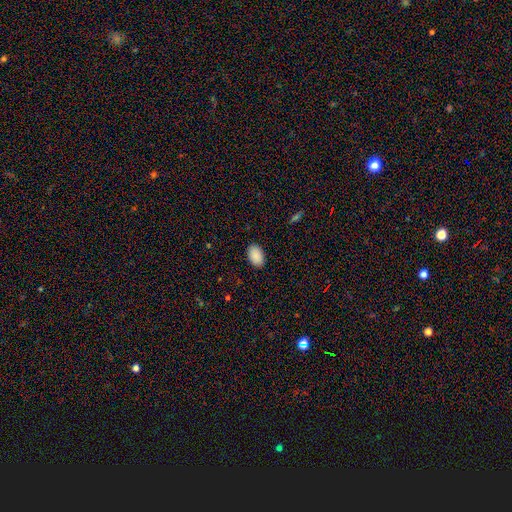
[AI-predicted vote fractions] smooth_or_featured: smooth (p=0.90) [alt: star or artifact p=0.07]
how_rounded: in between (p=0.93) [alt: round p=0.06]
merging: none (p=0.90) [alt: minor disturbance p=0.07]